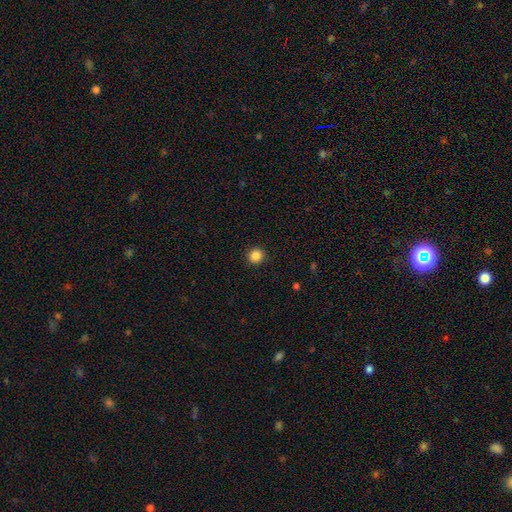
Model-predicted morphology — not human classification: Smooth or featured? Predicted: smooth (p=0.87). How rounded? Predicted: round (p=0.91). Merging? Predicted: none (p=0.92).